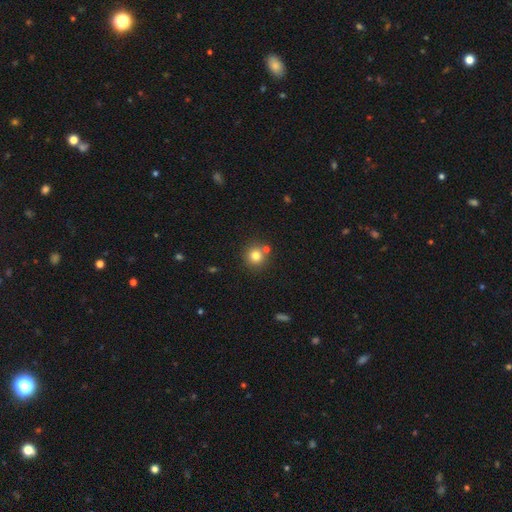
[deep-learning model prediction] This is likely a smooth galaxy (79%). How rounded: clearly round (93%). Merging: likely none (77%).